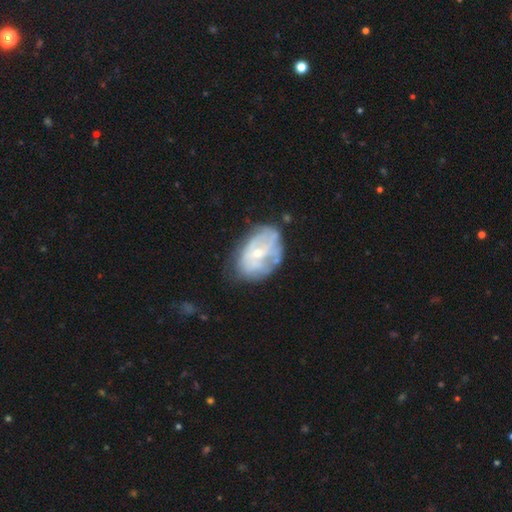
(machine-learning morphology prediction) The model was most divided on "spiral arms": no: 53%, yes: 47%. More confident: edge-on disk — no (96%); bar — no (66%); bulge size — small (61%); smooth or featured — featured or disk (61%); merging — none (55%).